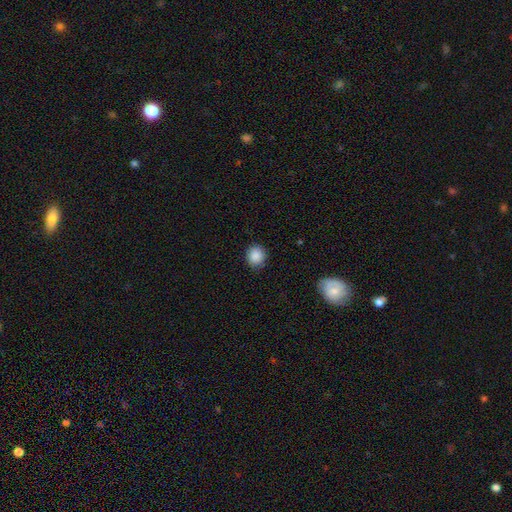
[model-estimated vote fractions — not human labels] Morphology: type=smooth (88%); roundness=round (83%); merging=none (85%).